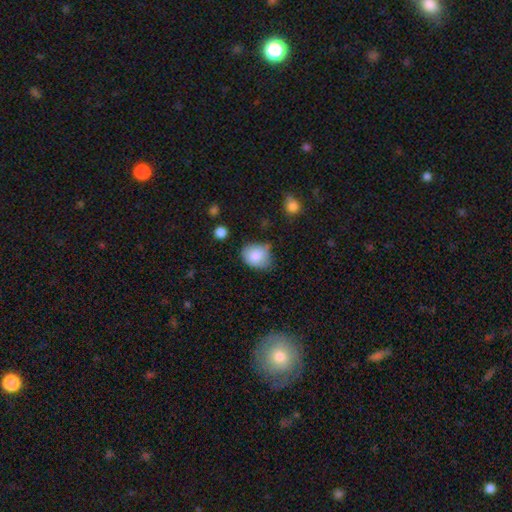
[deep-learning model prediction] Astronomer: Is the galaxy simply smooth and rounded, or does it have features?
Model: smooth — 82%.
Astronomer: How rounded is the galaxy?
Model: in between — 51% (runner-up: round, 48%).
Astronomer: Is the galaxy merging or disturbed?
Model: none — 50% (runner-up: minor disturbance, 37%).